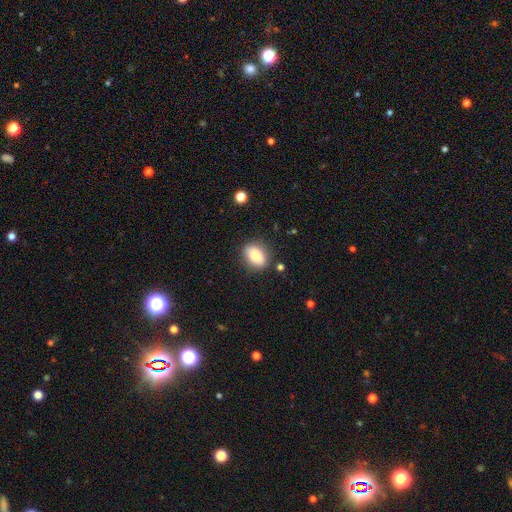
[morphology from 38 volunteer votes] smooth_or_featured: smooth (p=0.87) [alt: featured or disk p=0.08]
how_rounded: in between (p=0.64) [alt: round p=0.36]
merging: none (p=0.83) [alt: minor disturbance p=0.11]